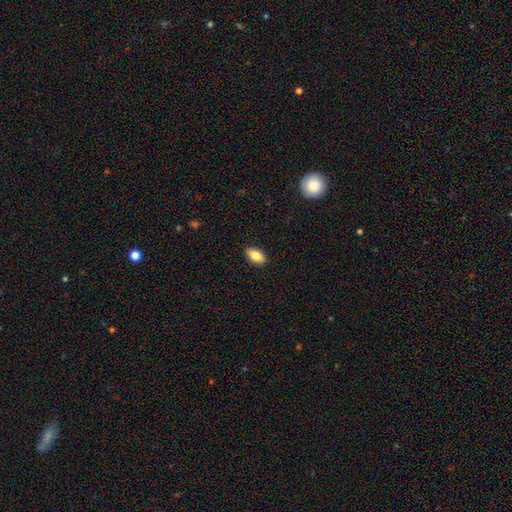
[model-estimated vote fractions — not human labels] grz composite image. It shows a smooth galaxy with no disk features (83%) that is in between round and cigar-shaped (91%). Merging: none (89%).